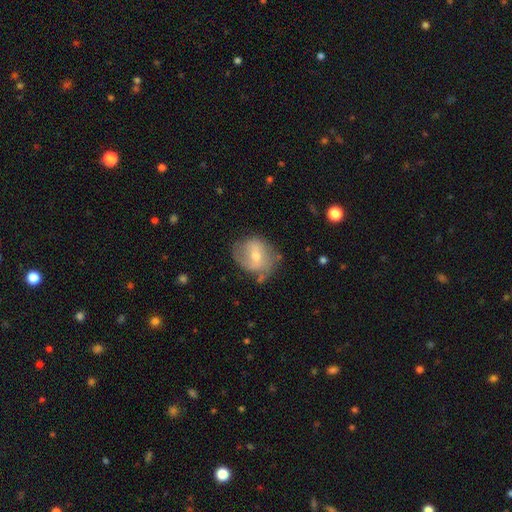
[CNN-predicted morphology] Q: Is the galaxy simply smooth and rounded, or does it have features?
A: featured or disk — 52%.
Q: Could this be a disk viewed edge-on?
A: no — 96%.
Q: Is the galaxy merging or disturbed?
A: none — 56%.